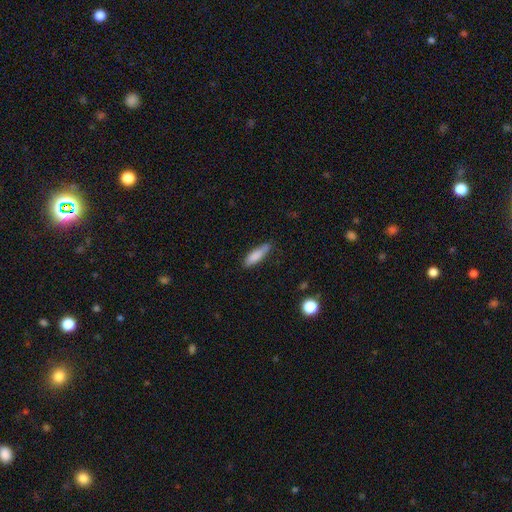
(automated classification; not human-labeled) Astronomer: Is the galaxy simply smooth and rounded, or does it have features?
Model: smooth — 82%.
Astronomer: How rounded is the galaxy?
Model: cigar-shaped — 64%.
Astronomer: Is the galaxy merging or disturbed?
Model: none — 72%.